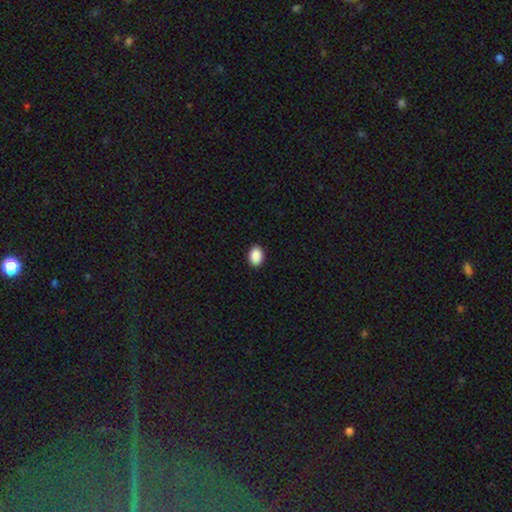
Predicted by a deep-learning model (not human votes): Smooth or featured? smooth (90%)
How rounded? in between (76%)
Merging? none (91%)